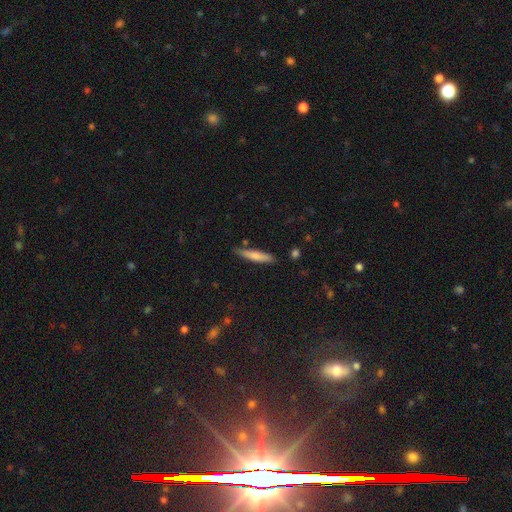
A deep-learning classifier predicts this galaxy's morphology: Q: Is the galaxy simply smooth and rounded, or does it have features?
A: smooth — 72%.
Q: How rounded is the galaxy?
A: cigar-shaped — 89%.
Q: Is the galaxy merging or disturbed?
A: none — 82%.